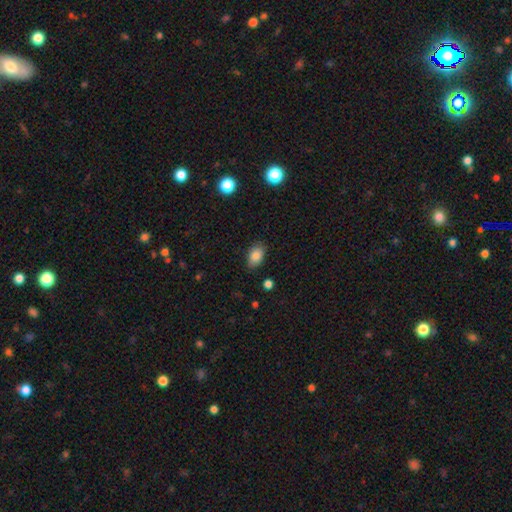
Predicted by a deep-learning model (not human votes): Smooth or featured?
  - smooth: 86% *
  - star or artifact: 9%
  - featured or disk: 6%
How rounded?
  - in between: 87% *
  - round: 11%
  - cigar-shaped: 1%
Merging?
  - none: 82% *
  - minor disturbance: 14%
  - major disturbance: 3%
  - merger: 1%